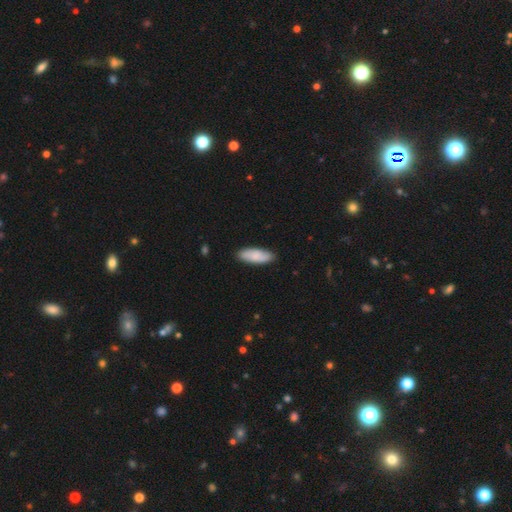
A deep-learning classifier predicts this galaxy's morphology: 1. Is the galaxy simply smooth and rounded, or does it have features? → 77% smooth, 17% featured or disk, 6% star or artifact.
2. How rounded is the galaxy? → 71% in between, 27% cigar-shaped, 2% round.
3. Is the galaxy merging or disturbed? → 86% none, 11% minor disturbance, 2% major disturbance, 1% merger.